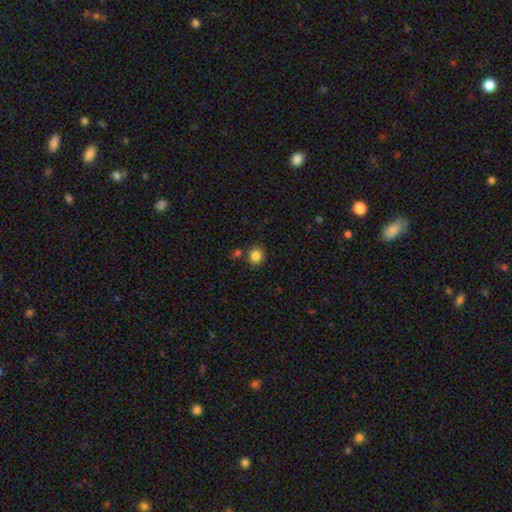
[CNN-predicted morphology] Smooth or featured? Predicted: smooth (p=0.84). How rounded? Predicted: round (p=0.83). Merging? Predicted: none (p=0.82).